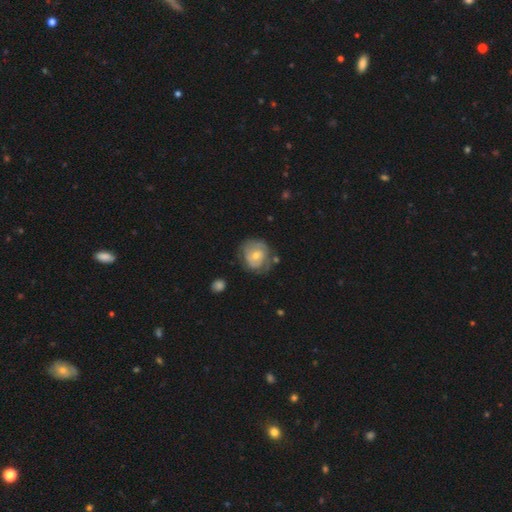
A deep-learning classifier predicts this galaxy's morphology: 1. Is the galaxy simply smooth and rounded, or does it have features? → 54% featured or disk, 39% smooth, 7% star or artifact.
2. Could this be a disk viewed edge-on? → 97% no, 3% yes.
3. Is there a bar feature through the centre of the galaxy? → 68% no, 27% weak, 5% strong.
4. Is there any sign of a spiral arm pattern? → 66% yes, 34% no.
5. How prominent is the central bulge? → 58% moderate, 37% small, 3% large, 1% none, 1% dominant.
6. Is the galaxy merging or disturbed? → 62% none, 24% minor disturbance, 9% major disturbance, 4% merger.